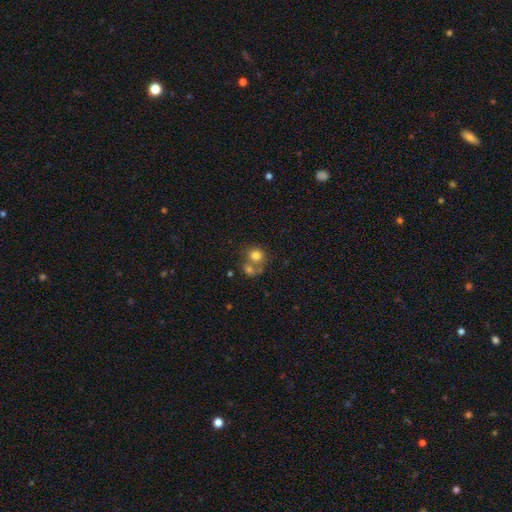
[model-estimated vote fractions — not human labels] Smooth or featured? Predicted: smooth (p=0.75). How rounded? Predicted: round (p=0.80). Merging? Predicted: merger (p=0.46).